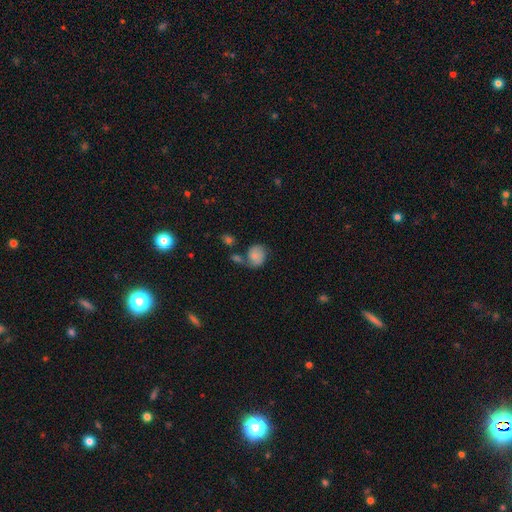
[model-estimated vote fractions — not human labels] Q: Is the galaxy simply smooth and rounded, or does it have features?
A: smooth — 65%.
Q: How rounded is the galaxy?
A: round — 61%.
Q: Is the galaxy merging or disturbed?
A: none — 44%.